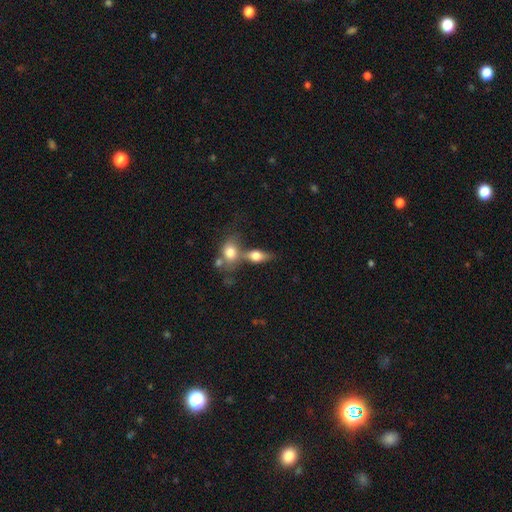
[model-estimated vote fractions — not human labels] smooth_or_featured: smooth (p=0.64) [alt: featured or disk p=0.26]
how_rounded: in between (p=0.68) [alt: round p=0.20]
merging: merger (p=0.46) [alt: none p=0.36]